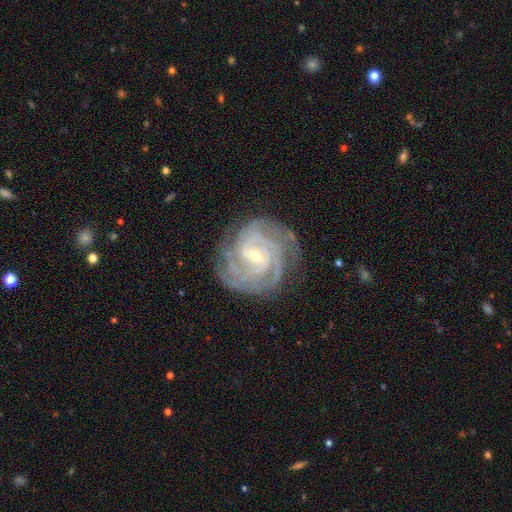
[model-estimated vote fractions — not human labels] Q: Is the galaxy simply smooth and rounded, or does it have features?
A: featured or disk — 91%.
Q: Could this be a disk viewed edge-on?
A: no — 98%.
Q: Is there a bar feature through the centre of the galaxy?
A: weak — 48%.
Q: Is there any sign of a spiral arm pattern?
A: yes — 98%.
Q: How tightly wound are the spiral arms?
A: tight — 75%.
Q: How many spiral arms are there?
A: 4 — 28%.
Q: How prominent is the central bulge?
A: small — 67%.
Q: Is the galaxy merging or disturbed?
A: none — 79%.